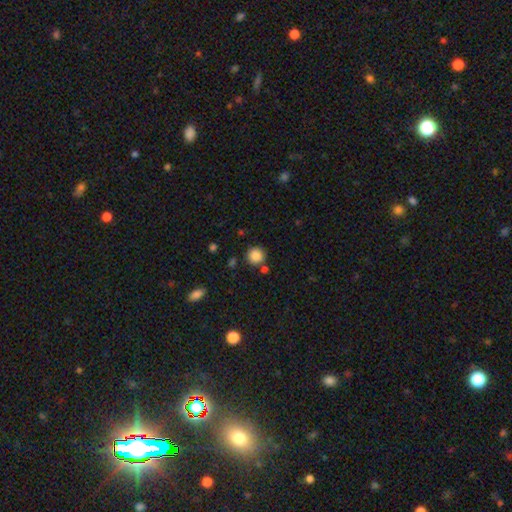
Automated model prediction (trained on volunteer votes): smooth 87%, star or artifact 10%, featured or disk 4%. Down the decision tree: how rounded — round (93%); merging — none (81%).